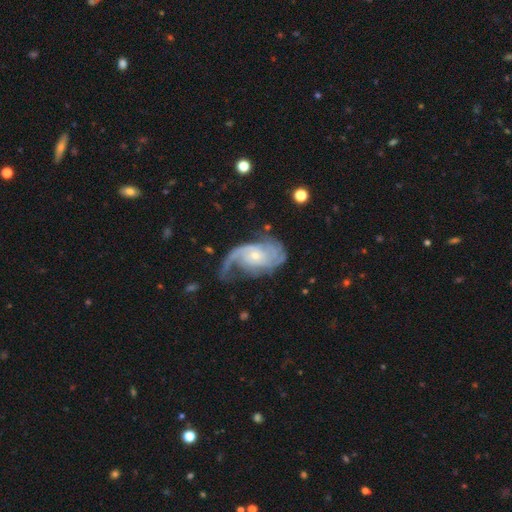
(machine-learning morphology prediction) Smooth or featured?
  - featured or disk: 88% *
  - smooth: 7%
  - star or artifact: 5%
Edge-on disk?
  - no: 97% *
  - yes: 3%
Bar?
  - no: 70% *
  - weak: 24%
  - strong: 5%
Spiral arms?
  - yes: 96% *
  - no: 4%
Spiral winding?
  - medium: 40% *
  - tight: 34%
  - loose: 26%
Spiral arm count?
  - 2: 39% *
  - can't tell: 20%
  - 3: 16%
  - 1: 14%
  - 4: 6%
  - more than 4: 5%
Bulge size?
  - small: 72% *
  - moderate: 24%
  - large: 1%
  - none: 1%
  - dominant: 1%
Merging?
  - none: 47% *
  - major disturbance: 27%
  - minor disturbance: 23%
  - merger: 3%